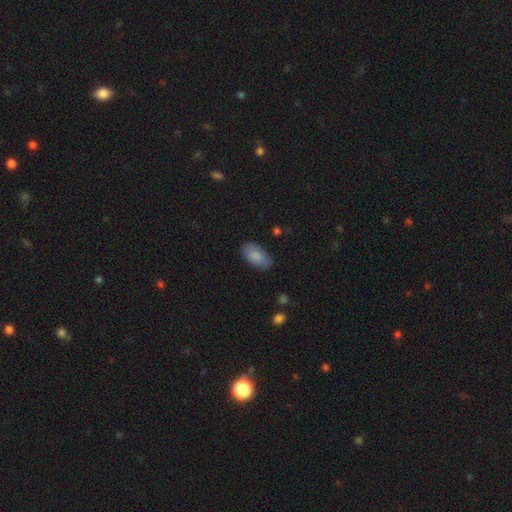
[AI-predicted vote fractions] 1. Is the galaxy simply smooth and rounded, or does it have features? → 86% smooth, 7% featured or disk, 6% star or artifact.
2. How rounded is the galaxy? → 94% in between, 3% cigar-shaped, 3% round.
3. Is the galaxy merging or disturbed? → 81% none, 15% minor disturbance, 3% major disturbance, 1% merger.